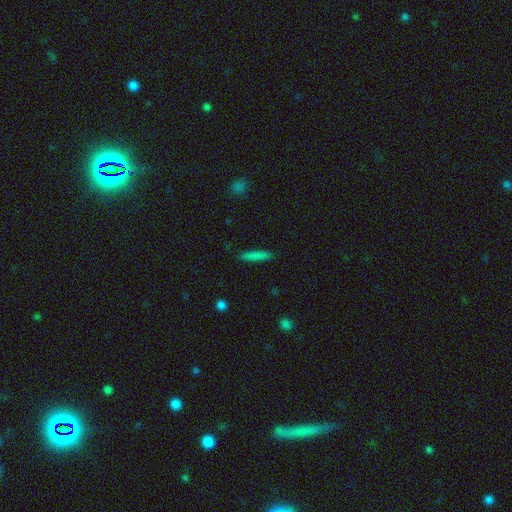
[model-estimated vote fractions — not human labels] This is clearly a smooth galaxy (82%). How rounded: clearly cigar-shaped (90%). Merging: clearly none (89%).